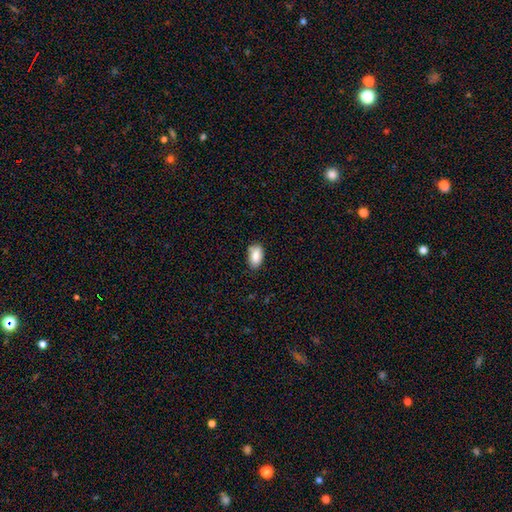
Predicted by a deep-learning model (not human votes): smooth-or-featured: smooth: 87% | star or artifact: 7% | featured or disk: 6%
  how-rounded: in between: 93% | round: 5% | cigar-shaped: 2%
  merging: none: 76% | minor disturbance: 18% | major disturbance: 3% | merger: 2%